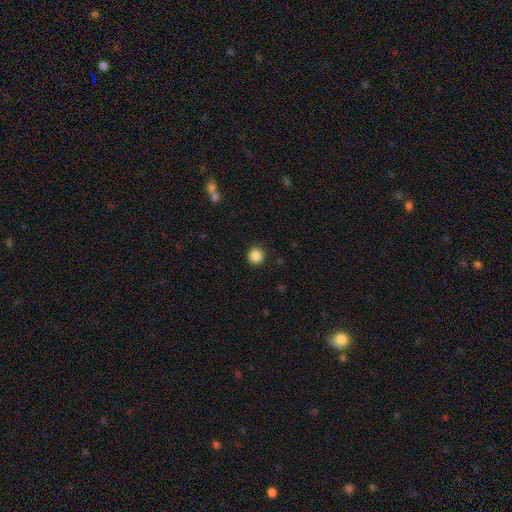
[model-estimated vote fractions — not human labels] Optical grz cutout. It shows a smooth galaxy with no disk features (87%) that is round (94%). Merging: none (91%).